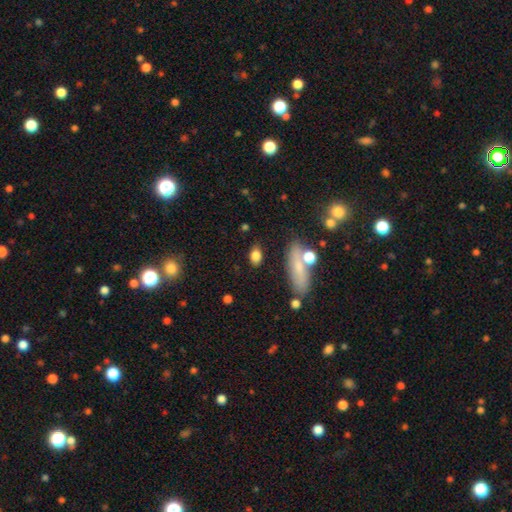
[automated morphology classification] A smooth galaxy with no disk features (81%) that is in between round and cigar-shaped (79%).

Vote fractions:
- Smooth or featured? smooth: 81% / star or artifact: 10% / featured or disk: 9%
- How rounded? in between: 79% / round: 14% / cigar-shaped: 7%
- Merging? none: 76% / minor disturbance: 14% / merger: 6% / major disturbance: 4%